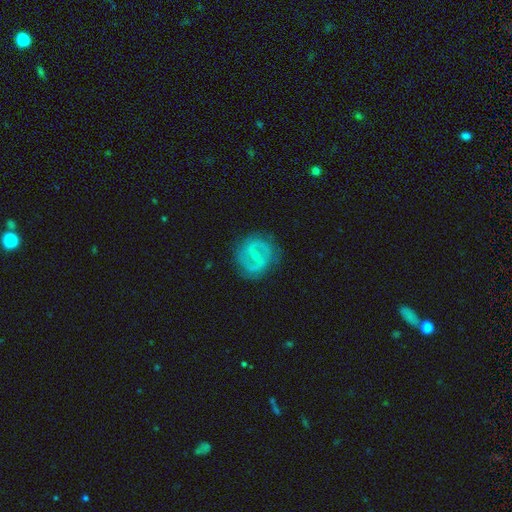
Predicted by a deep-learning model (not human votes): smooth_or_featured: featured or disk (p=0.78) [alt: smooth p=0.16]
disk_edge_on: no (p=0.97) [alt: yes p=0.03]
bar: weak (p=0.50) [alt: strong p=0.32]
has_spiral_arms: yes (p=0.85) [alt: no p=0.15]
spiral_winding: medium (p=0.50) [alt: tight p=0.30]
spiral_arm_count: 2 (p=0.84) [alt: can't tell p=0.09]
bulge_size: small (p=0.68) [alt: moderate p=0.22]
merging: none (p=0.79) [alt: minor disturbance p=0.14]